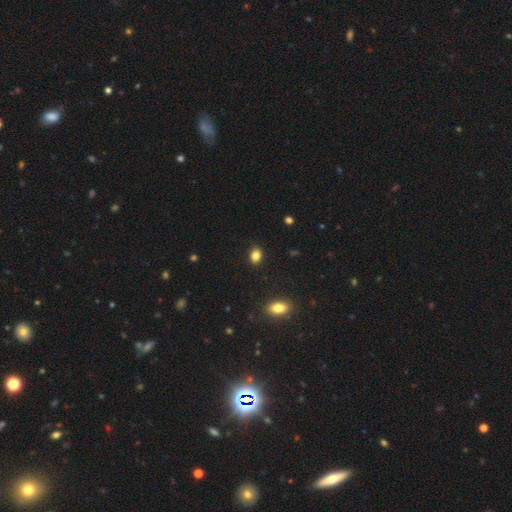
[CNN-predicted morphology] A smooth galaxy with no disk features (84%) that is in between round and cigar-shaped (73%).

Vote fractions:
- Smooth or featured? smooth: 84% / star or artifact: 11% / featured or disk: 5%
- How rounded? in between: 73% / round: 25% / cigar-shaped: 2%
- Merging? none: 89% / minor disturbance: 8% / major disturbance: 2% / merger: 1%